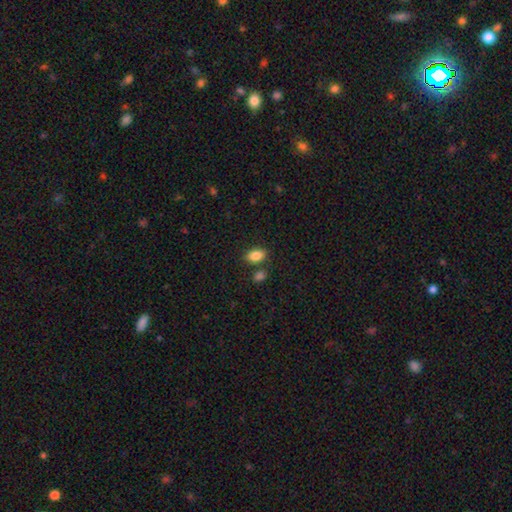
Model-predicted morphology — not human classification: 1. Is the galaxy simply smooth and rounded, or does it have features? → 86% smooth, 8% star or artifact, 6% featured or disk.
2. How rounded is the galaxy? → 88% in between, 10% round, 2% cigar-shaped.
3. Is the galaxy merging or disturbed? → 76% none, 11% minor disturbance, 10% merger, 3% major disturbance.